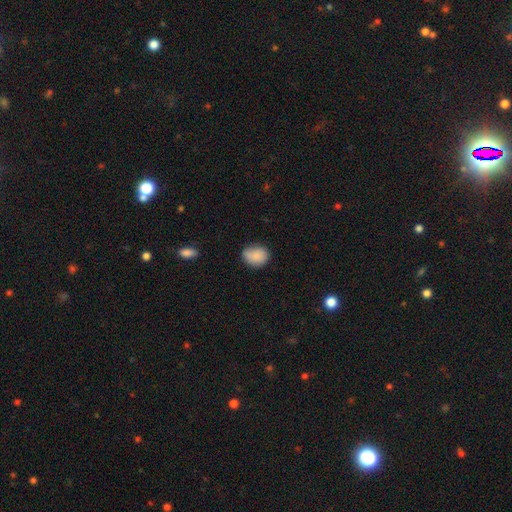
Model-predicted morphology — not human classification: Smooth or featured?
  - smooth: 84% *
  - star or artifact: 8%
  - featured or disk: 8%
How rounded?
  - round: 50% *
  - in between: 49%
  - cigar-shaped: 1%
Merging?
  - none: 65% *
  - minor disturbance: 26%
  - major disturbance: 5%
  - merger: 4%